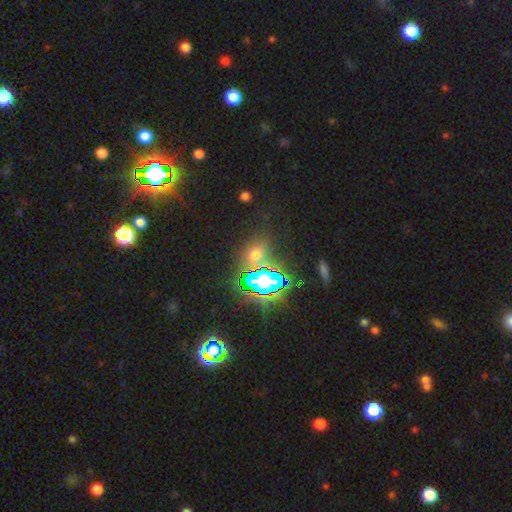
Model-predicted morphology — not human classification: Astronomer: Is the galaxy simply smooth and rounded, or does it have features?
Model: star or artifact — 53% (runner-up: smooth, 37%).